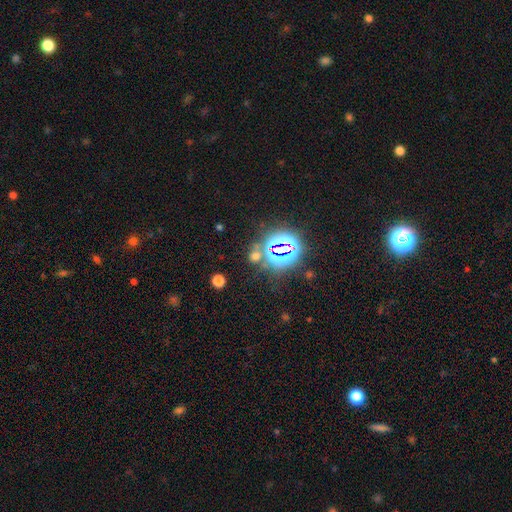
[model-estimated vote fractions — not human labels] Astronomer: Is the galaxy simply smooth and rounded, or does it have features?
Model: star or artifact — 56% (runner-up: smooth, 36%).